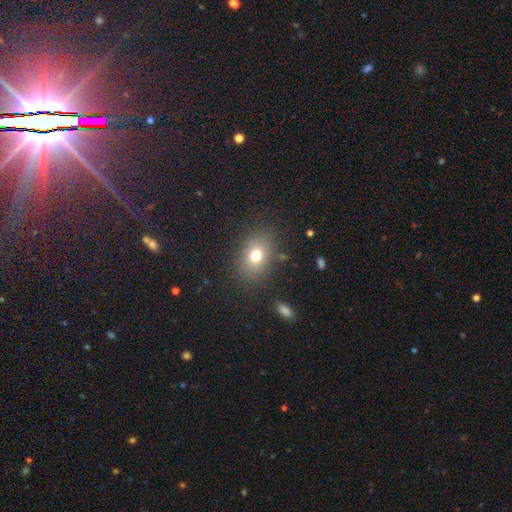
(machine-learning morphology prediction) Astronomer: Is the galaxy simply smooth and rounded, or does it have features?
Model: smooth — 73%.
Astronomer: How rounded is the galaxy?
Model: in between — 65%.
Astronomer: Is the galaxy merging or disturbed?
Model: none — 83%.